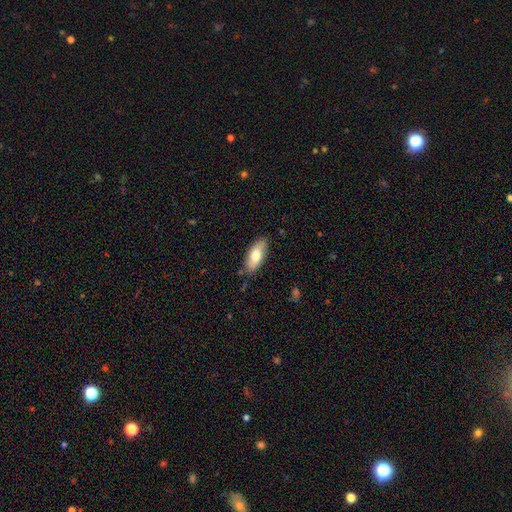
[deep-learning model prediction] This appears to be a smooth galaxy with no disk features (72%) that is in between round and cigar-shaped (83%). Merging: none (83%).